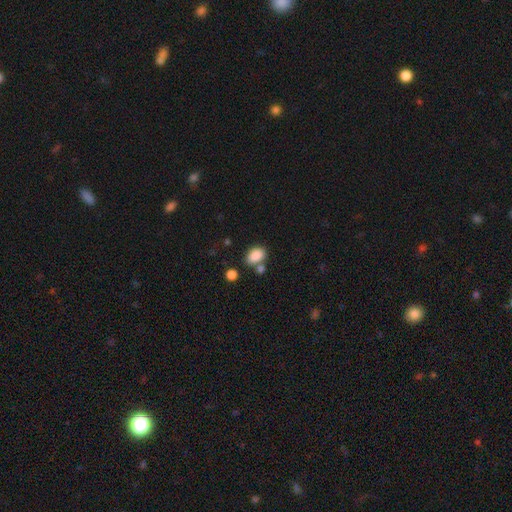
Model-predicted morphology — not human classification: Smooth or featured? smooth (86%)
How rounded? in between (82%)
Merging? none (57%)